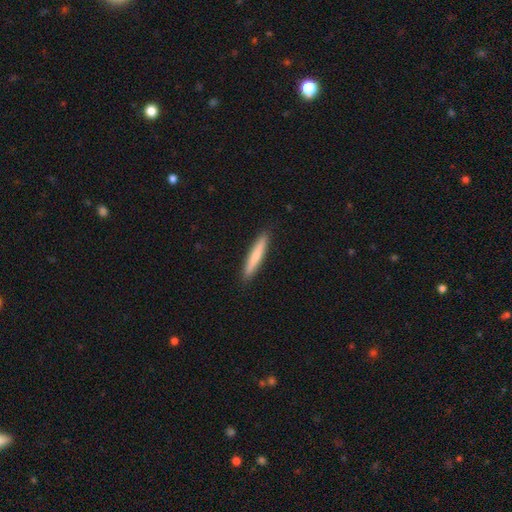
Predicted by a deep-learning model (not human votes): The model was most divided on "smooth or featured": smooth: 73%, featured or disk: 22%, star or artifact: 5%. More confident: how rounded — cigar-shaped (94%); merging — none (91%).